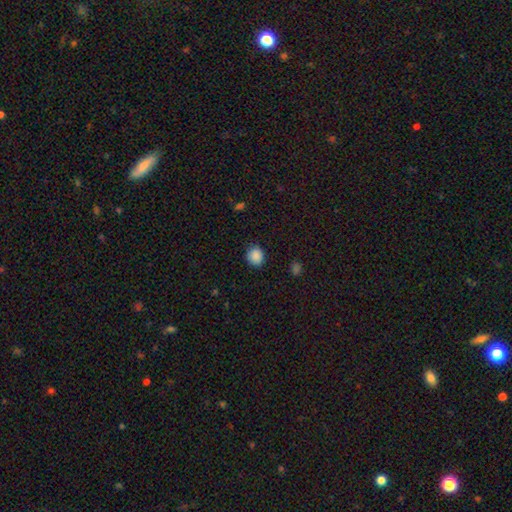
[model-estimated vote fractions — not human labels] This is clearly a smooth galaxy (88%). How rounded: clearly round (81%). Merging: clearly none (86%).